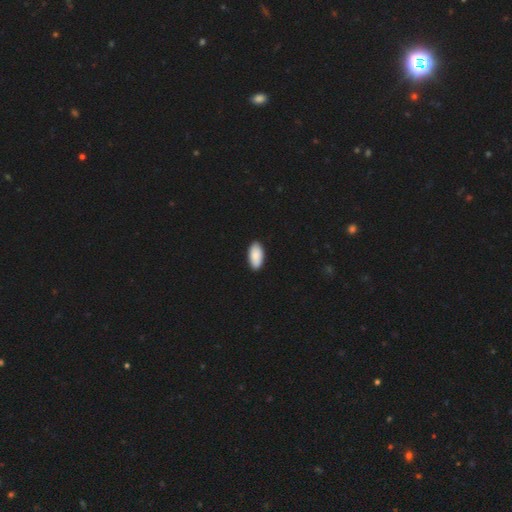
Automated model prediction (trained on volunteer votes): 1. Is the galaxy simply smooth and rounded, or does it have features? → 90% smooth, 5% star or artifact, 4% featured or disk.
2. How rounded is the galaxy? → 94% in between, 4% cigar-shaped, 2% round.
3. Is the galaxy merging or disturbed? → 90% none, 7% minor disturbance, 1% major disturbance, 1% merger.